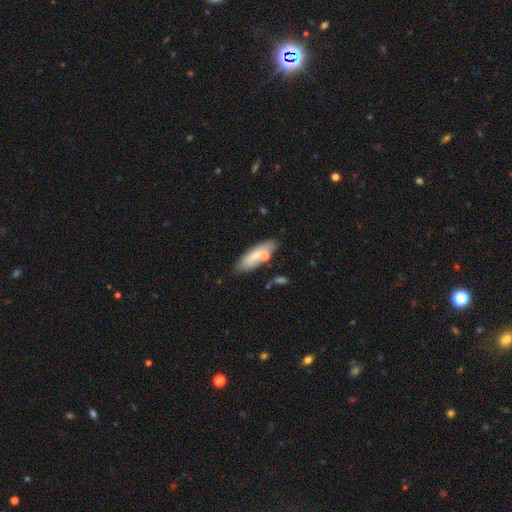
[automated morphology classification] This is likely a smooth galaxy (71%). How rounded: possibly in between (59%). Merging: likely none (70%).